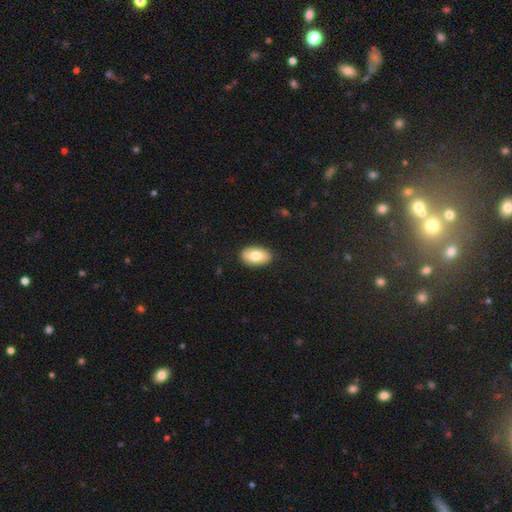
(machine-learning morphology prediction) A smooth galaxy with no disk features (77%) that is in between round and cigar-shaped (93%). Merging: none (88%).